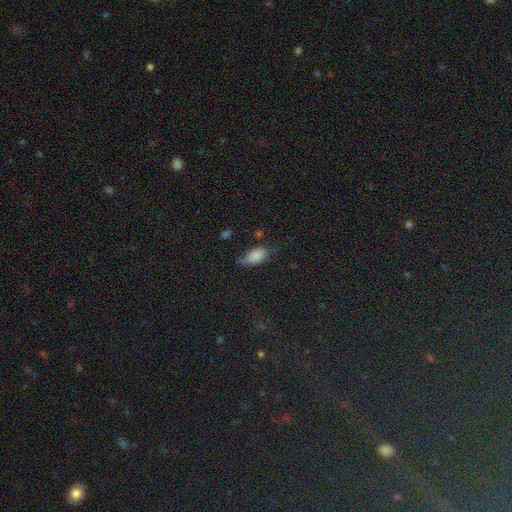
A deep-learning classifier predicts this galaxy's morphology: Q: Smooth or featured?
A: smooth (81%); runner-up: star or artifact (10%)
Q: How rounded?
A: in between (91%); runner-up: cigar-shaped (5%)
Q: Merging?
A: none (50%); runner-up: minor disturbance (35%)